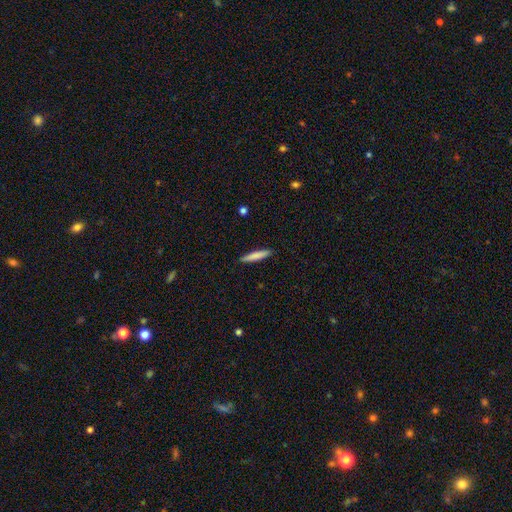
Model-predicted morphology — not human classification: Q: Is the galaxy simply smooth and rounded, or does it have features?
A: smooth — 80%.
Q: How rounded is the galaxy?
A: cigar-shaped — 90%.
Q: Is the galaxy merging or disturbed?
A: none — 89%.